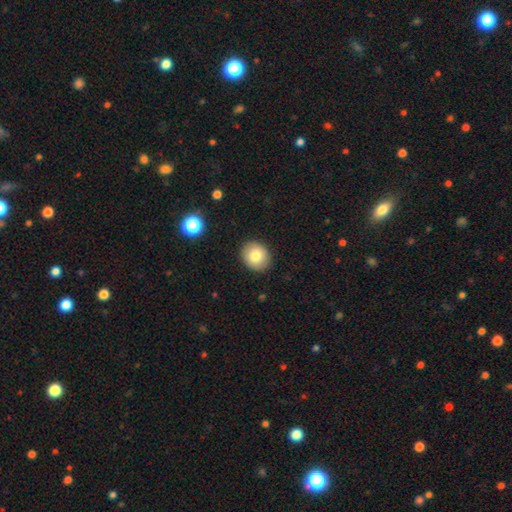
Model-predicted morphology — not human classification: smooth_or_featured: smooth (p=0.80) [alt: featured or disk p=0.11]
how_rounded: round (p=0.66) [alt: in between p=0.33]
merging: none (p=0.89) [alt: minor disturbance p=0.08]